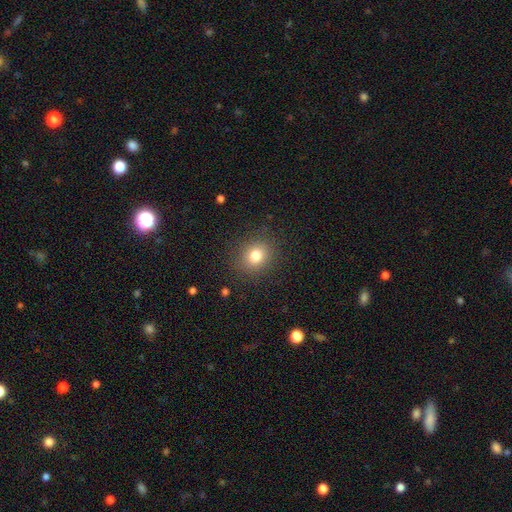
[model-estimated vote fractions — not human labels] smooth-or-featured: smooth: 79% | star or artifact: 13% | featured or disk: 8%
  how-rounded: round: 72% | in between: 27% | cigar-shaped: 1%
  merging: none: 87% | minor disturbance: 8% | major disturbance: 3% | merger: 1%